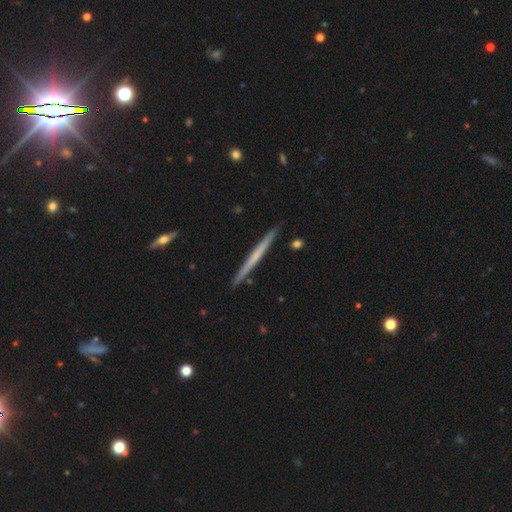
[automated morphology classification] smooth-or-featured: featured or disk: 56% | smooth: 39% | star or artifact: 5%
  disk-edge-on: yes: 98% | no: 2%
    edge-on-bulge: none: 82% | rounded: 13% | boxy: 5%
  merging: none: 91% | minor disturbance: 7% | merger: 1% | major disturbance: 1%